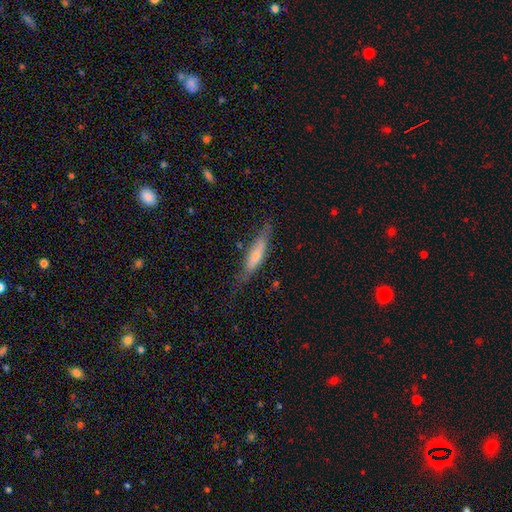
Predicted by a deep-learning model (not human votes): featured or disk 54%, smooth 34%, star or artifact 12%. Down the decision tree: edge-on disk — yes (86%); merging — none (76%).